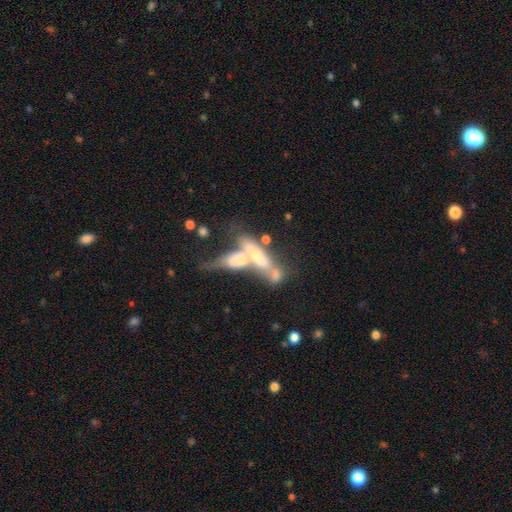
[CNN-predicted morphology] A featured or disk galaxy (58%).

Vote fractions:
- Smooth or featured? featured or disk: 58% / smooth: 31% / star or artifact: 11%
- Edge-on disk? no: 58% / yes: 42%
- Merging? merger: 63% / none: 15% / major disturbance: 14% / minor disturbance: 8%